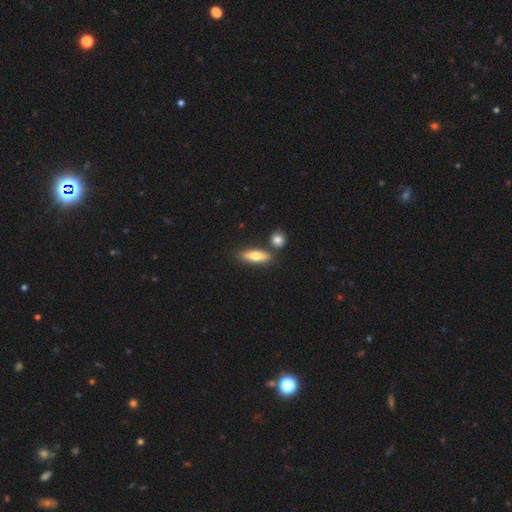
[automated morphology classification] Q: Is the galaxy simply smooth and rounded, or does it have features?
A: smooth — 67%.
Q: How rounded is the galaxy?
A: in between — 49%.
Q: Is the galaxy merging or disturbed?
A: none — 75%.